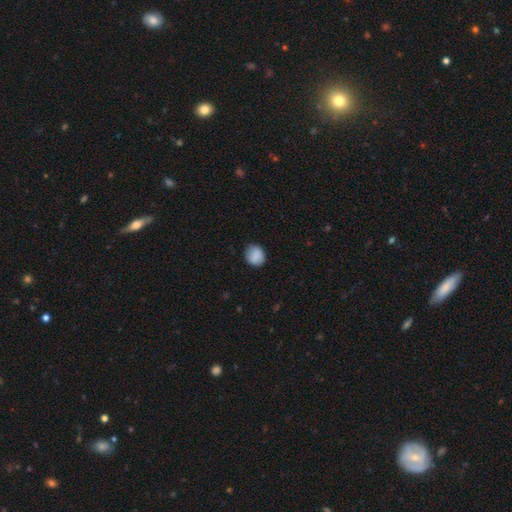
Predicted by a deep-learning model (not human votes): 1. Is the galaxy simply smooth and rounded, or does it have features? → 86% smooth, 8% star or artifact, 7% featured or disk.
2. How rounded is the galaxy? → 69% round, 30% in between, 1% cigar-shaped.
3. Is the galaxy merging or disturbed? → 80% none, 15% minor disturbance, 3% major disturbance, 1% merger.